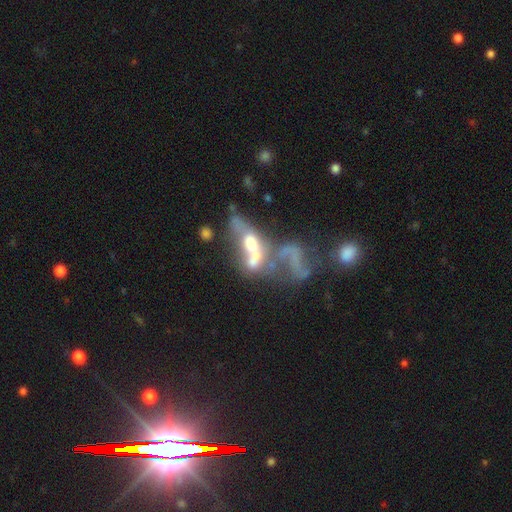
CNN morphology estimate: Overall: featured or disk (55%; smooth 31%). Edge-on disk: no (90%). Merging: merger (60%; major disturbance 25%).